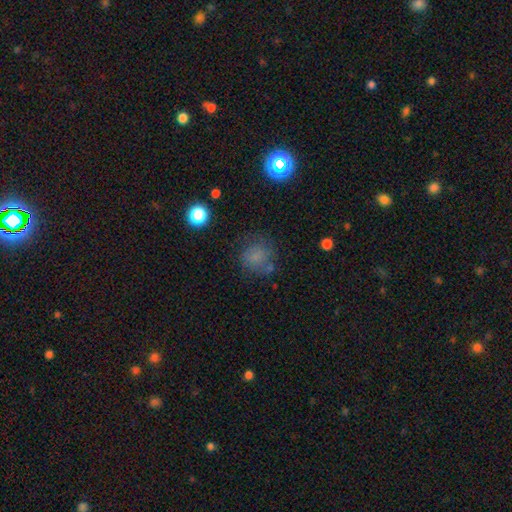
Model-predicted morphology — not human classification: This is likely a smooth galaxy (71%). How rounded: clearly round (84%). Merging: likely none (68%).